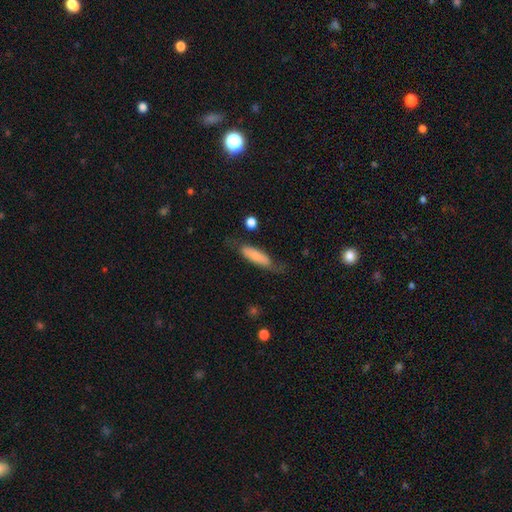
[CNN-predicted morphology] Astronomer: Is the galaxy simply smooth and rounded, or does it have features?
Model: smooth — 68%.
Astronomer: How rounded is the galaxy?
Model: cigar-shaped — 54% (runner-up: in between, 44%).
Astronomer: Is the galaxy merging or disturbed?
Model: none — 58%.